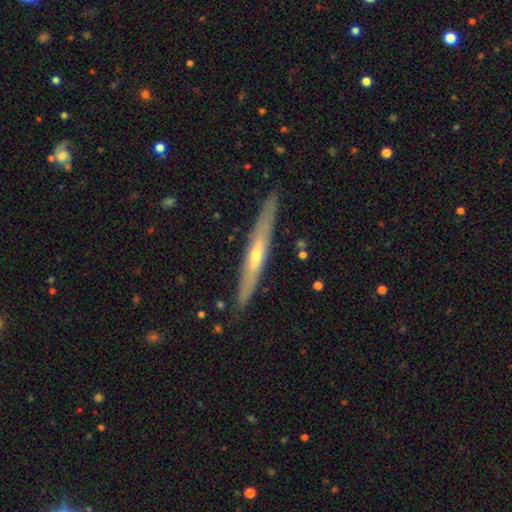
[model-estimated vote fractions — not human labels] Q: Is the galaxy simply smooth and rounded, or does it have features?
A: featured or disk — 65%.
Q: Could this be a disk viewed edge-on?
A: yes — 91%.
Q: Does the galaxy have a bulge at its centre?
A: rounded — 71%.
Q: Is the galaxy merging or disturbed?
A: none — 87%.